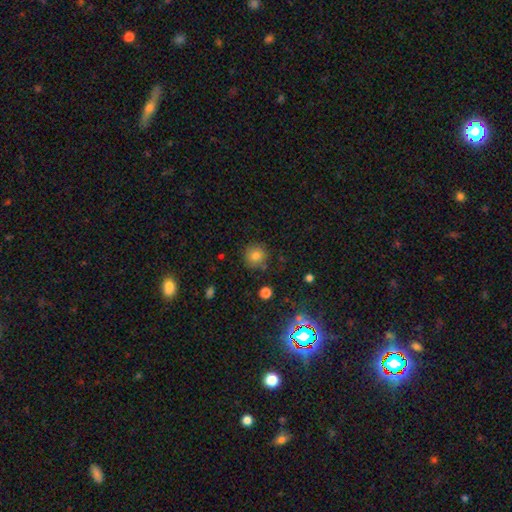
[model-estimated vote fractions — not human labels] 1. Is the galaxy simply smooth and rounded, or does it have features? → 81% smooth, 12% star or artifact, 7% featured or disk.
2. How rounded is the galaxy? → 91% round, 8% in between, 1% cigar-shaped.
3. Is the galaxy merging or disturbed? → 84% none, 11% minor disturbance, 3% major disturbance, 3% merger.